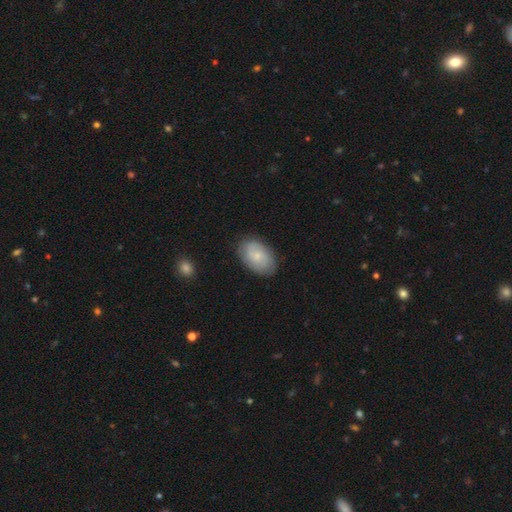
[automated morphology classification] The model was most divided on "smooth or featured": smooth: 59%, featured or disk: 35%, star or artifact: 7%. More confident: how rounded — in between (89%); merging — none (82%).